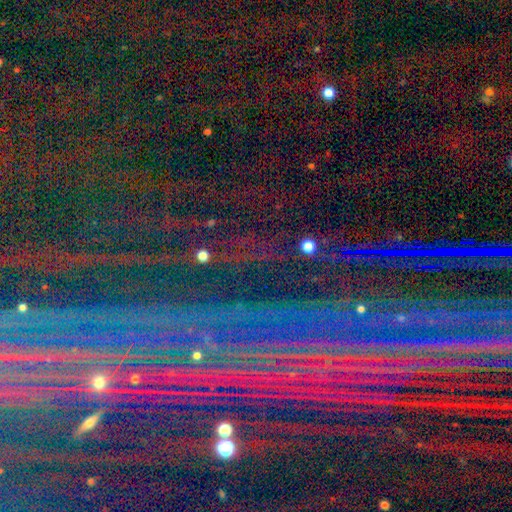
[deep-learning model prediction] The model was most divided on "smooth or featured": star or artifact: 87%, featured or disk: 7%, smooth: 6%.